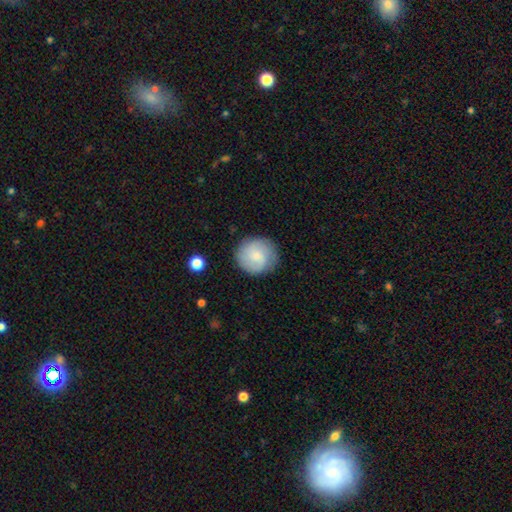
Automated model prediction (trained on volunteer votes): This is likely a smooth galaxy (61%). How rounded: clearly round (91%). Merging: clearly none (82%).